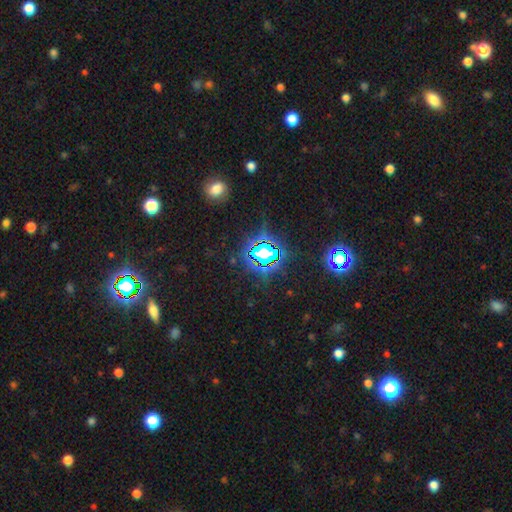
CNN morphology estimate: A star or artifact, not a galaxy (82%).

Vote fractions:
- Smooth or featured? star or artifact: 82% / smooth: 11% / featured or disk: 7%